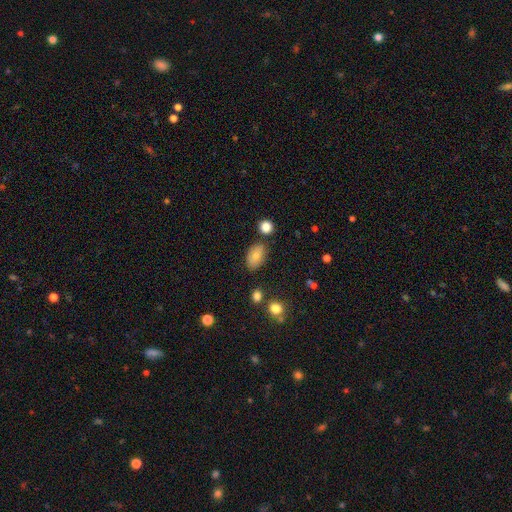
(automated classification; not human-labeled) Smooth or featured: smooth — 81% (featured or disk — 10%)
How rounded: in between — 90% (round — 8%)
Merging: none — 77% (minor disturbance — 15%)